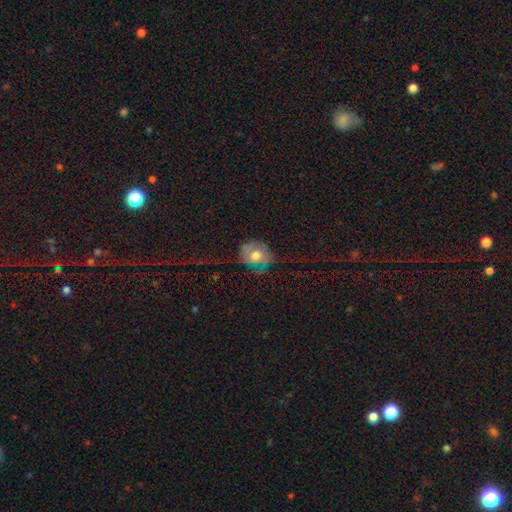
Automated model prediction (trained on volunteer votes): Smooth or featured? Predicted: smooth (p=0.56). How rounded? Predicted: round (p=0.68). Merging? Predicted: none (p=0.46).